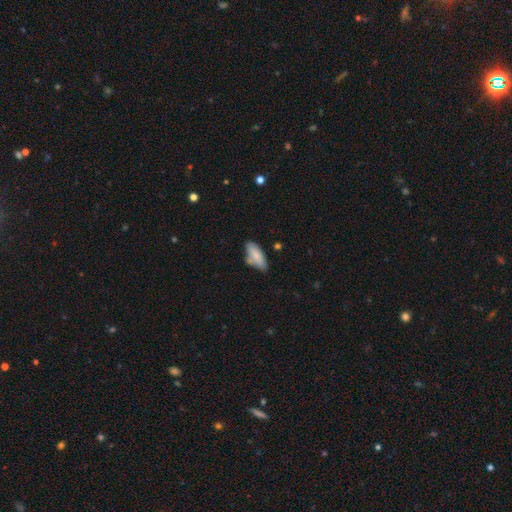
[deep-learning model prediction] This appears to be a smooth galaxy with no disk features (81%) that is in between round and cigar-shaped (81%). Merging: none (64%).